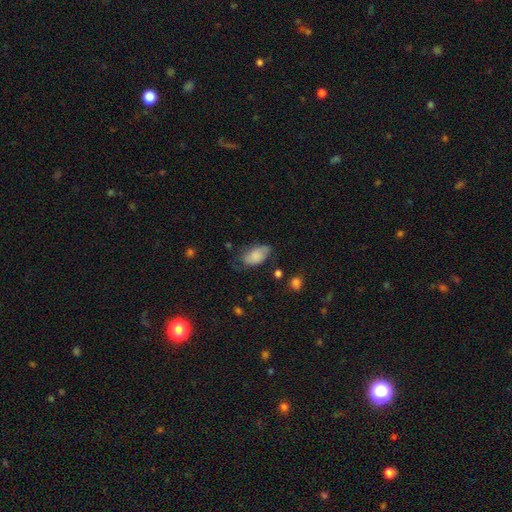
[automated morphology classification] type=smooth (79%); roundness=in between (93%); merging=none (54%).